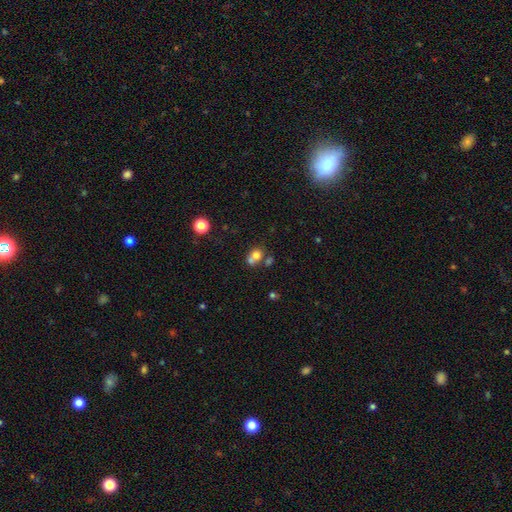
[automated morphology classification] Overall: smooth (71%). How rounded: round (61%; in between 38%). Merging: merger (53%; none 32%).